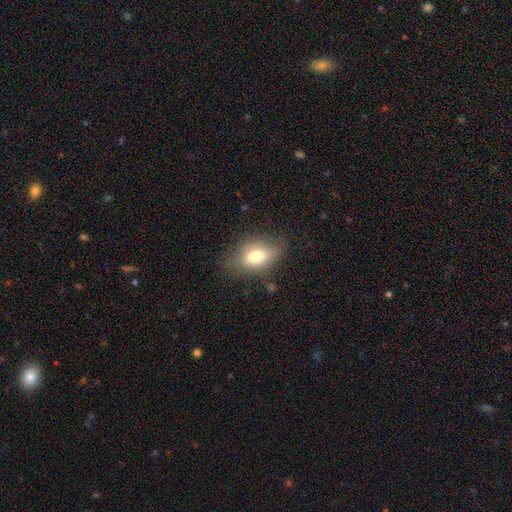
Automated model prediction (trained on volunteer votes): Overall: smooth (73%). How rounded: in between (84%). Merging: none (73%).